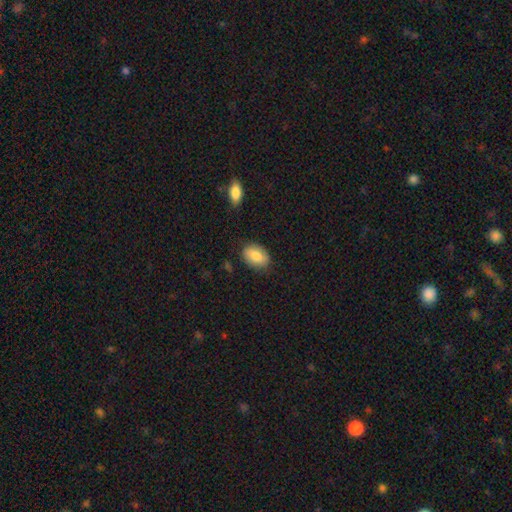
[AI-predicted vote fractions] A smooth galaxy with no disk features (82%) that is in between round and cigar-shaped (86%). Merging: none (82%).